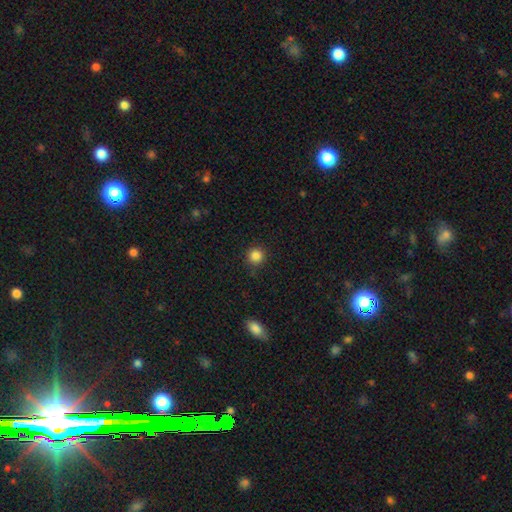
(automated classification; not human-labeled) smooth_or_featured: smooth (p=0.85) [alt: star or artifact p=0.11]
how_rounded: round (p=0.94) [alt: in between p=0.05]
merging: none (p=0.88) [alt: minor disturbance p=0.08]